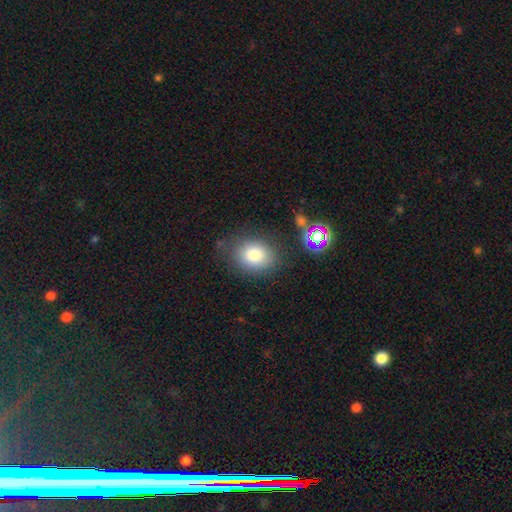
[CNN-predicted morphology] smooth-or-featured: smooth: 82% | star or artifact: 10% | featured or disk: 7%
  how-rounded: round: 50% | in between: 49% | cigar-shaped: 1%
  merging: none: 76% | minor disturbance: 14% | major disturbance: 6% | merger: 4%